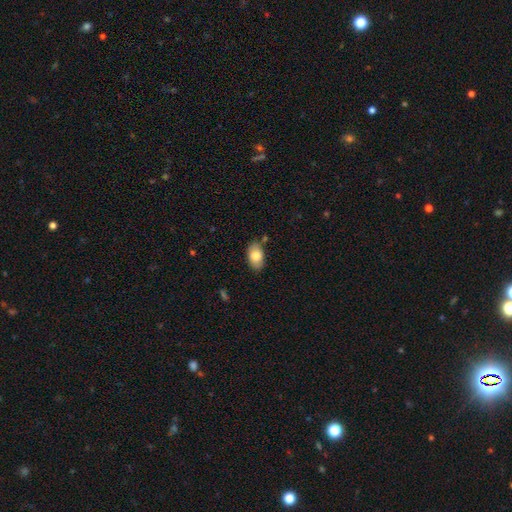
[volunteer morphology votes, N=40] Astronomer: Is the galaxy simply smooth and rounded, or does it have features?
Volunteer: smooth — 85%.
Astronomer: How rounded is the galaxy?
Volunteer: in between — 94%.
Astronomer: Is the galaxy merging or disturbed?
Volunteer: none — 77%.